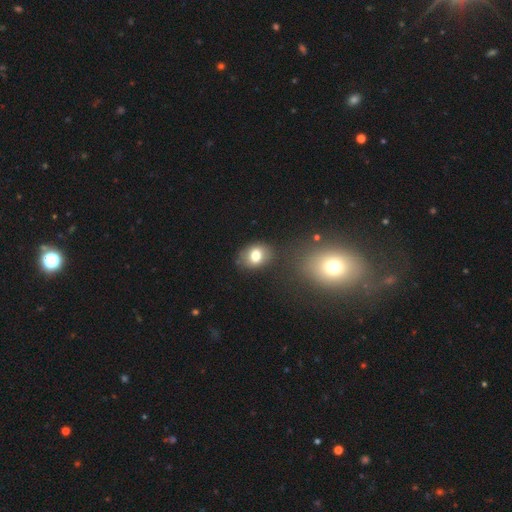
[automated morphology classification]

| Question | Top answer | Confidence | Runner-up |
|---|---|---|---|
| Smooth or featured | smooth | 76% | featured or disk (14%) |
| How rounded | in between | 59% | round (40%) |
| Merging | none | 74% | minor disturbance (15%) |